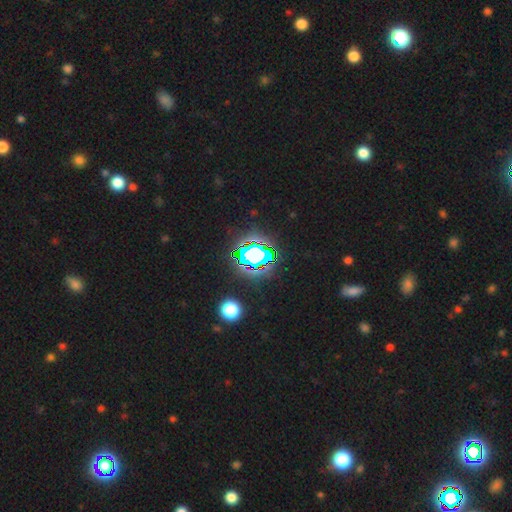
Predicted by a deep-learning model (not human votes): Smooth or featured? Predicted: star or artifact (p=0.80).